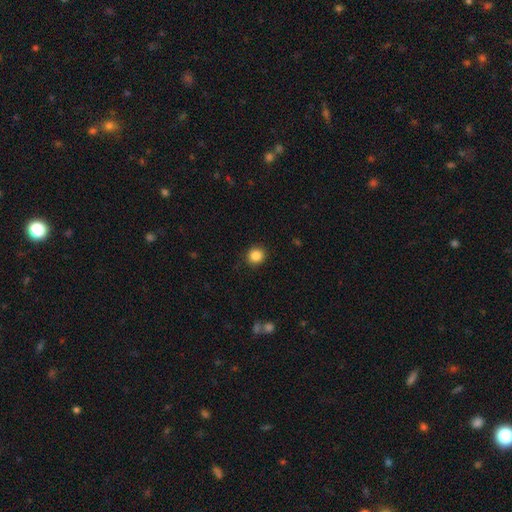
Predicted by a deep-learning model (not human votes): Smooth or featured?
  - smooth: 85% *
  - star or artifact: 10%
  - featured or disk: 4%
How rounded?
  - round: 90% *
  - in between: 9%
  - cigar-shaped: 1%
Merging?
  - none: 91% *
  - minor disturbance: 6%
  - major disturbance: 2%
  - merger: 1%